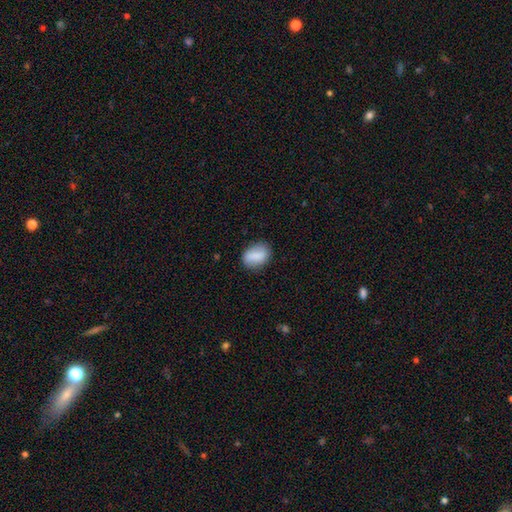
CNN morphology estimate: smooth-or-featured: smooth: 81% | featured or disk: 12% | star or artifact: 7%
  how-rounded: in between: 77% | round: 21% | cigar-shaped: 2%
  merging: none: 82% | minor disturbance: 14% | major disturbance: 3% | merger: 1%